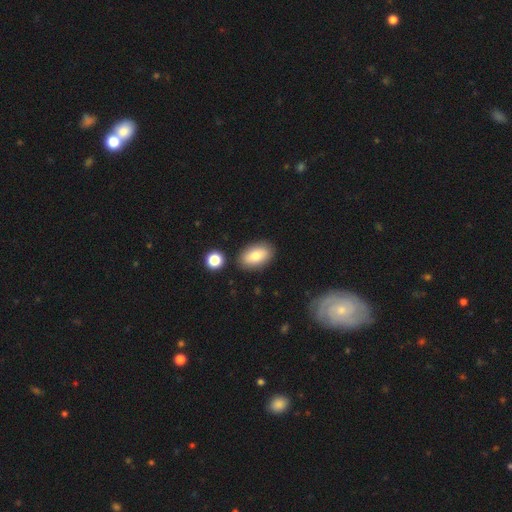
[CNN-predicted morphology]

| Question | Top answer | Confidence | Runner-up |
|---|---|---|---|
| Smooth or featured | smooth | 82% | featured or disk (12%) |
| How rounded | in between | 93% | round (5%) |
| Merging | none | 84% | minor disturbance (10%) |